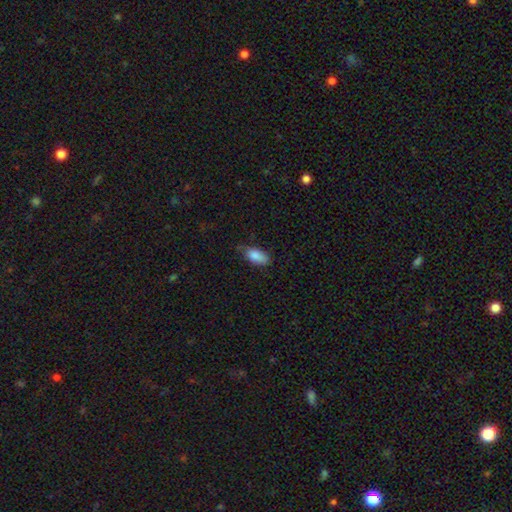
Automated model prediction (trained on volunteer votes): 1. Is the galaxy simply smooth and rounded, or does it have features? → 86% smooth, 7% star or artifact, 7% featured or disk.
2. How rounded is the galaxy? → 90% in between, 7% cigar-shaped, 3% round.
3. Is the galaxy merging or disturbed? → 64% none, 29% minor disturbance, 6% major disturbance, 2% merger.